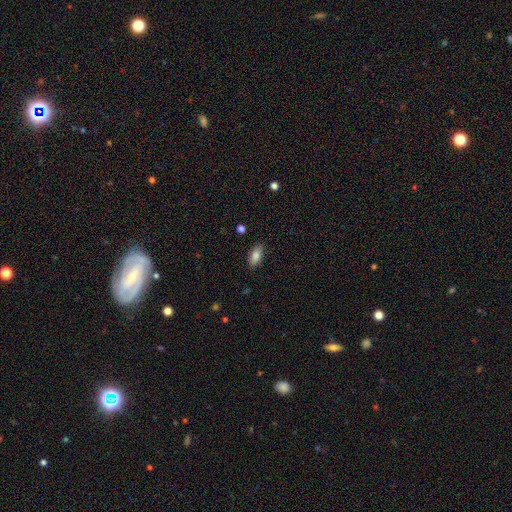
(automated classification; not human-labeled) This appears to be a smooth galaxy with no disk features (84%) that is in between round and cigar-shaped (87%). Merging: none (86%).